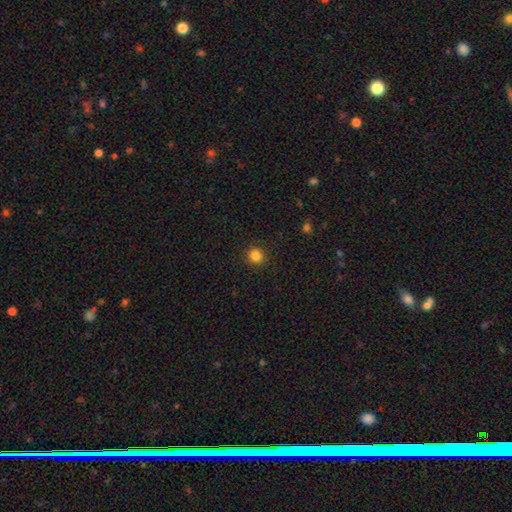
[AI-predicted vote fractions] This appears to be a smooth galaxy with no disk features (84%) that is round (92%). Merging: none (91%).